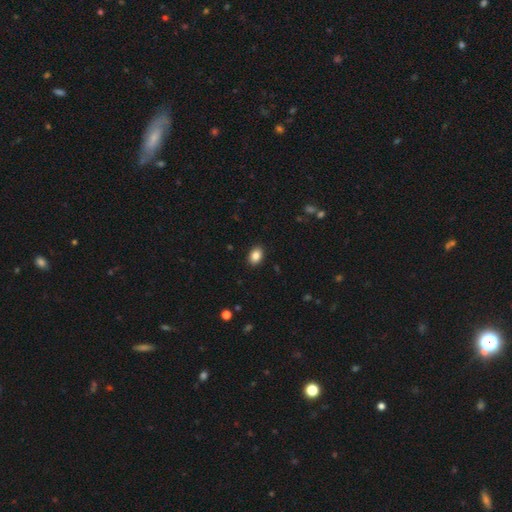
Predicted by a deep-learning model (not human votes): Overall: smooth (86%). How rounded: in between (77%). Merging: none (90%).